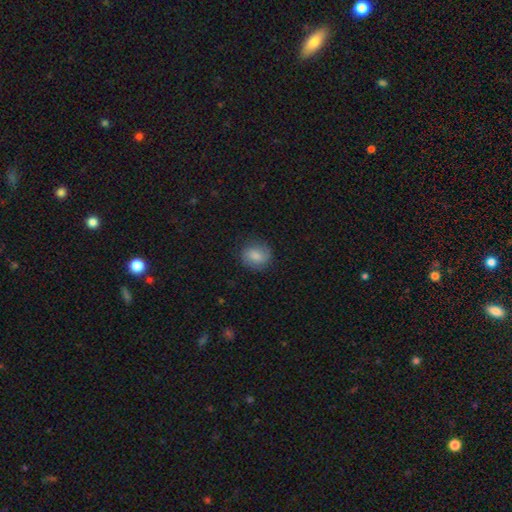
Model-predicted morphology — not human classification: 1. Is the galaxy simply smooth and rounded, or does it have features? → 77% smooth, 15% featured or disk, 8% star or artifact.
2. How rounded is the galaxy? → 69% round, 29% in between, 1% cigar-shaped.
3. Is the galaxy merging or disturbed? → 80% none, 15% minor disturbance, 5% major disturbance, 1% merger.